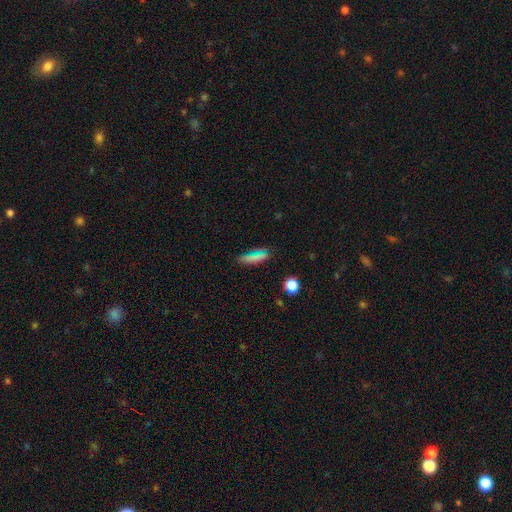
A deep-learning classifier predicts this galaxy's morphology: A smooth galaxy with no disk features (74%) that is cigar-shaped (68%). Merging: none (79%).